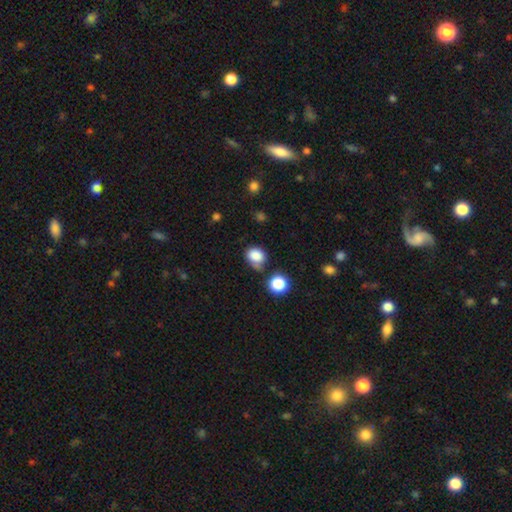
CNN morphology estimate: This appears to be a smooth galaxy with no disk features (84%) that is round (57%). Merging: none (54%).